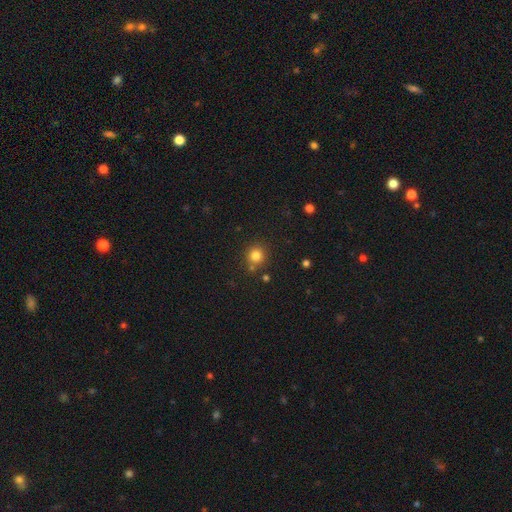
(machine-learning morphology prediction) Q: Smooth or featured?
A: smooth (81%); runner-up: star or artifact (13%)
Q: How rounded?
A: round (91%); runner-up: in between (8%)
Q: Merging?
A: none (79%); runner-up: merger (10%)